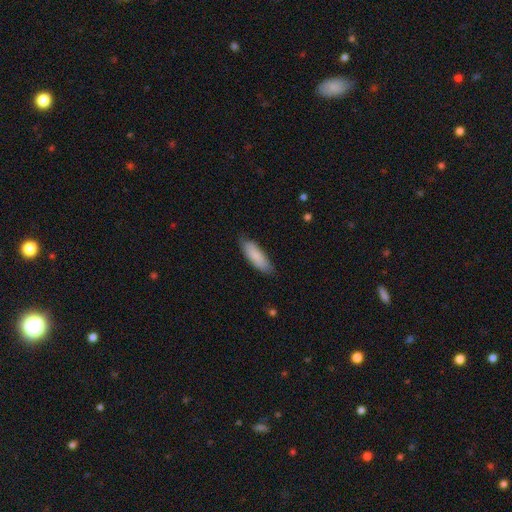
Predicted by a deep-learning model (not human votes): smooth 85%, featured or disk 9%, star or artifact 5%. Down the decision tree: how rounded — in between (53%); merging — none (80%).